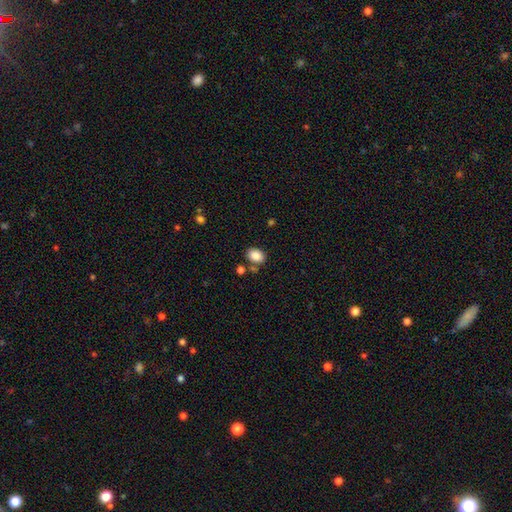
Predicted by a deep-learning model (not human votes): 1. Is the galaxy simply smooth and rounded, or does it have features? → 87% smooth, 9% star or artifact, 5% featured or disk.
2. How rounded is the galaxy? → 73% in between, 26% round, 1% cigar-shaped.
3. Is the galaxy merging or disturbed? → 74% none, 12% minor disturbance, 10% merger, 3% major disturbance.